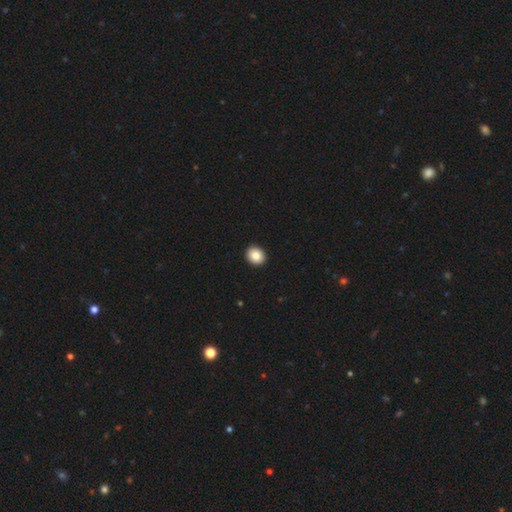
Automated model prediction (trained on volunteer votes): The model was most divided on "how rounded": round: 66%, in between: 33%, cigar-shaped: 1%. More confident: merging — none (93%); smooth or featured — smooth (85%).